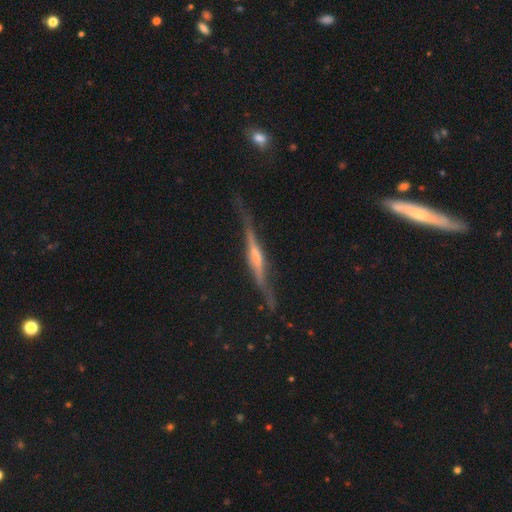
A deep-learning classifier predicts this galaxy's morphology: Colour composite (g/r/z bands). It shows a featured or disk galaxy (79%) viewed edge-on (96%) with a rounded central bulge (52%). Merging: none (76%).